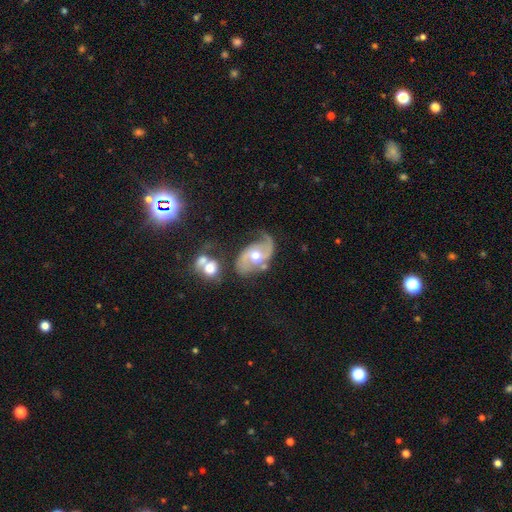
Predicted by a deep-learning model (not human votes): Overall: featured or disk (84%). Edge-on disk: no (97%). Bar: no (57%; weak 31%). Spiral arms: yes (93%). Spiral arm count: 2 (84%). Spiral winding: loose (44%; medium 41%). Bulge size: moderate (78%). Merging: none (51%; minor disturbance 23%).